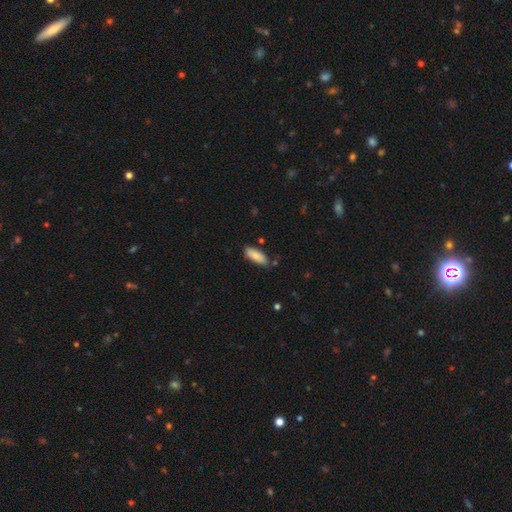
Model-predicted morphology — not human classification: The model was most divided on "how rounded": in between: 74%, cigar-shaped: 24%, round: 2%. More confident: smooth or featured — smooth (84%); merging — none (79%).